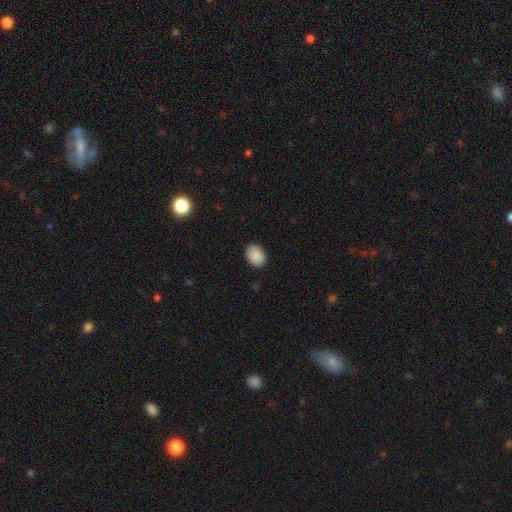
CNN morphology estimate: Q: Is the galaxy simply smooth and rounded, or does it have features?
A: smooth — 89%.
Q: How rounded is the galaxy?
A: in between — 66%.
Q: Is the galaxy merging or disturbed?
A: none — 88%.